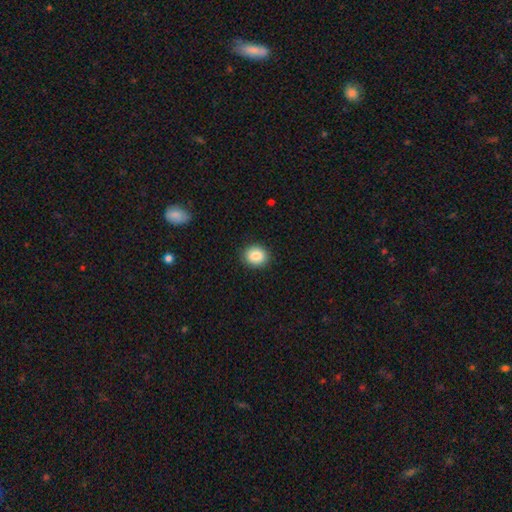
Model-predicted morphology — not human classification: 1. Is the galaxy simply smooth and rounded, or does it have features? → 86% smooth, 8% star or artifact, 5% featured or disk.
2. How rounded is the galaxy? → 74% round, 25% in between, 1% cigar-shaped.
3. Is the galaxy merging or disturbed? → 91% none, 6% minor disturbance, 2% major disturbance, 1% merger.